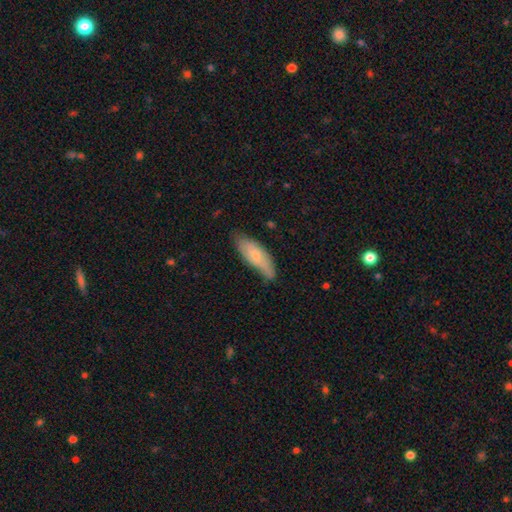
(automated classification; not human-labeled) smooth-or-featured: smooth: 67% | featured or disk: 27% | star or artifact: 6%
  how-rounded: in between: 61% | cigar-shaped: 37% | round: 2%
  merging: none: 66% | minor disturbance: 27% | major disturbance: 5% | merger: 2%